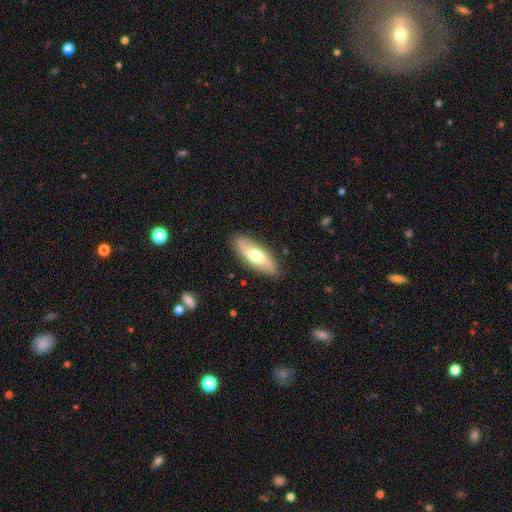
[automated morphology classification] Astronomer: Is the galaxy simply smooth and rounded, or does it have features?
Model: smooth — 50% (runner-up: featured or disk, 44%).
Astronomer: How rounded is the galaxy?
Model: in between — 65%.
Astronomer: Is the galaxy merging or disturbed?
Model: none — 87%.